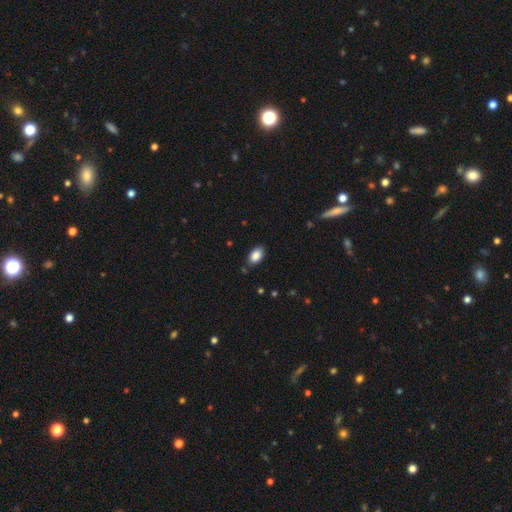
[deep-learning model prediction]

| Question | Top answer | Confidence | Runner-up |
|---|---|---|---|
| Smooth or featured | smooth | 88% | star or artifact (8%) |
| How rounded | in between | 92% | round (6%) |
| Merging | none | 83% | minor disturbance (13%) |